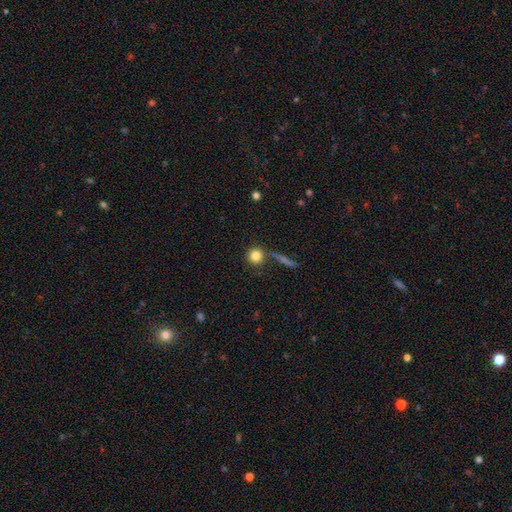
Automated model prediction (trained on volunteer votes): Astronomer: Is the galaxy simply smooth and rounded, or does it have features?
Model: smooth — 81%.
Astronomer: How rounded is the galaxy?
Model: round — 92%.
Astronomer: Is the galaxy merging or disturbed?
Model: none — 75%.